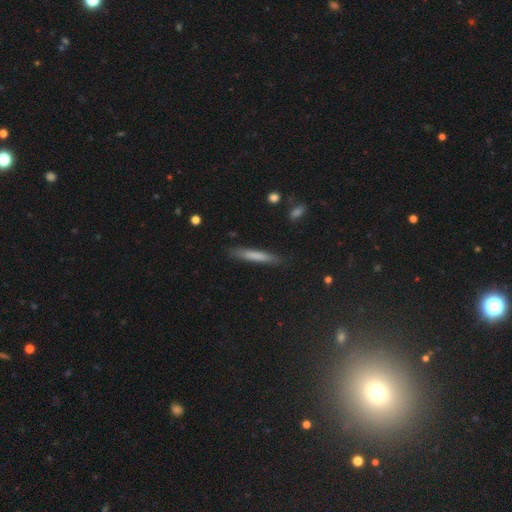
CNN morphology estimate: smooth 70%, featured or disk 22%, star or artifact 7%. Down the decision tree: how rounded — cigar-shaped (94%); merging — none (85%).